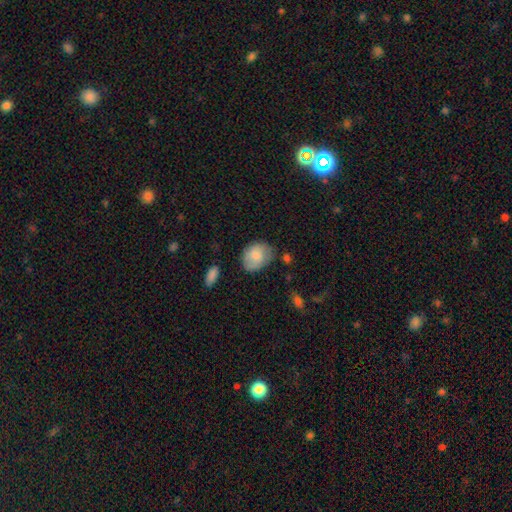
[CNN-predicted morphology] Smooth or featured: smooth — 78% (featured or disk — 15%)
How rounded: in between — 60% (round — 39%)
Merging: none — 65% (minor disturbance — 26%)